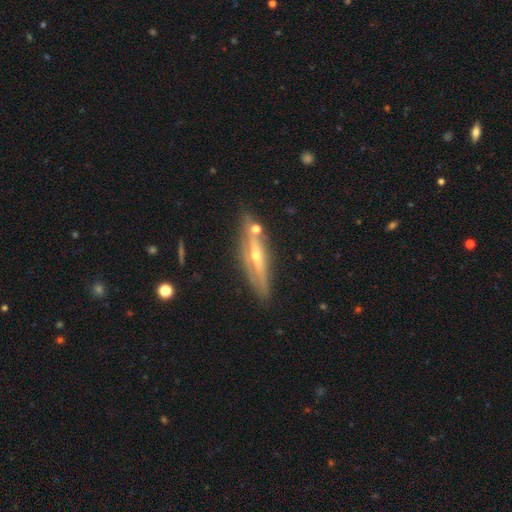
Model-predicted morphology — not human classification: Smooth or featured: featured or disk — 77% (smooth — 16%)
Edge-on disk: yes — 90% (no — 10%)
Edge-on bulge: rounded — 85% (none — 11%)
Merging: none — 79% (minor disturbance — 12%)